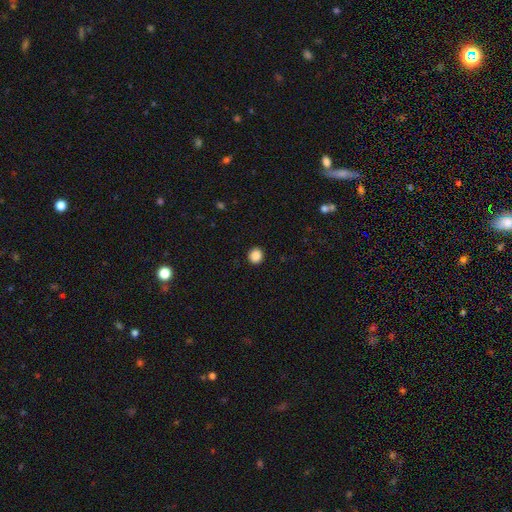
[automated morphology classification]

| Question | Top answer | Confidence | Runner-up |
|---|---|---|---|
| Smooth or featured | smooth | 88% | star or artifact (9%) |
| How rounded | round | 88% | in between (11%) |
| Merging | none | 92% | minor disturbance (5%) |